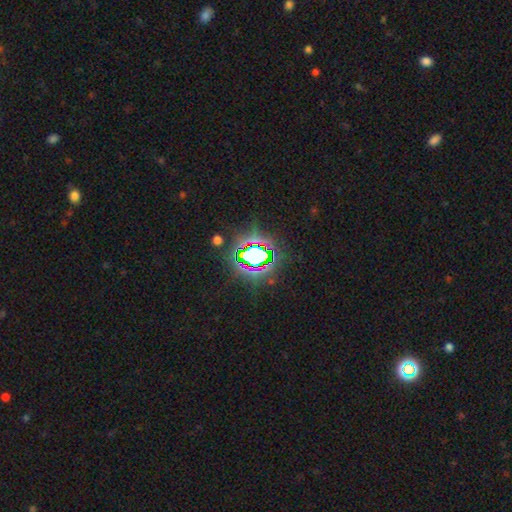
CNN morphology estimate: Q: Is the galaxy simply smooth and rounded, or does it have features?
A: star or artifact — 70%.